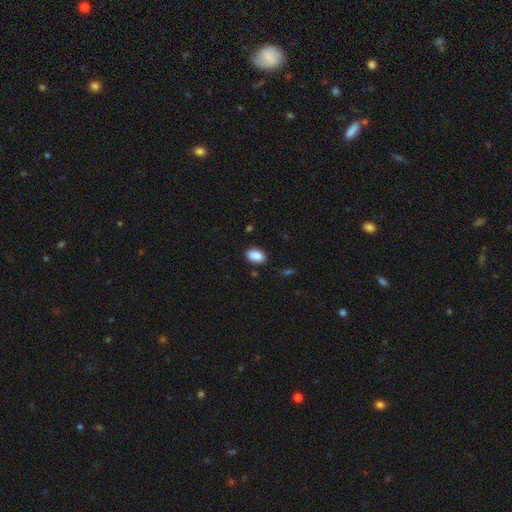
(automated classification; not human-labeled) smooth-or-featured: smooth: 90% | star or artifact: 7% | featured or disk: 3%
  how-rounded: in between: 89% | round: 9% | cigar-shaped: 1%
  merging: none: 86% | minor disturbance: 10% | major disturbance: 2% | merger: 1%